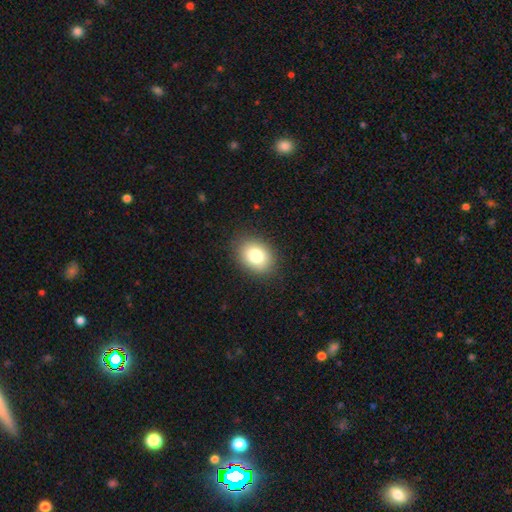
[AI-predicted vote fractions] smooth_or_featured: smooth (p=0.80) [alt: featured or disk p=0.10]
how_rounded: in between (p=0.62) [alt: round p=0.37]
merging: none (p=0.87) [alt: minor disturbance p=0.09]